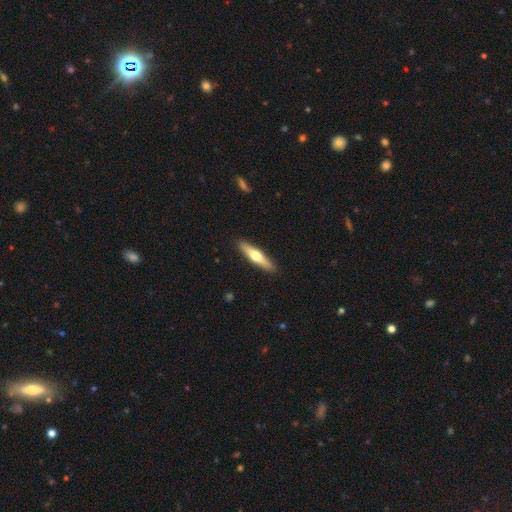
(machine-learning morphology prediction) The model was most divided on "smooth or featured": smooth: 48%, featured or disk: 47%, star or artifact: 5%. More confident: merging — none (91%).